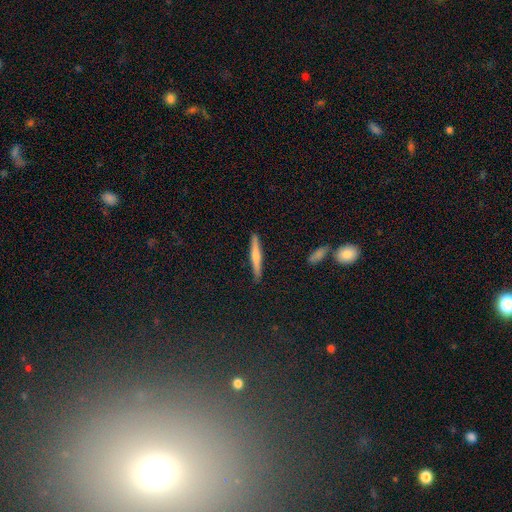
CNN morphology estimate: type=smooth (56%); roundness=cigar-shaped (95%); merging=none (89%).